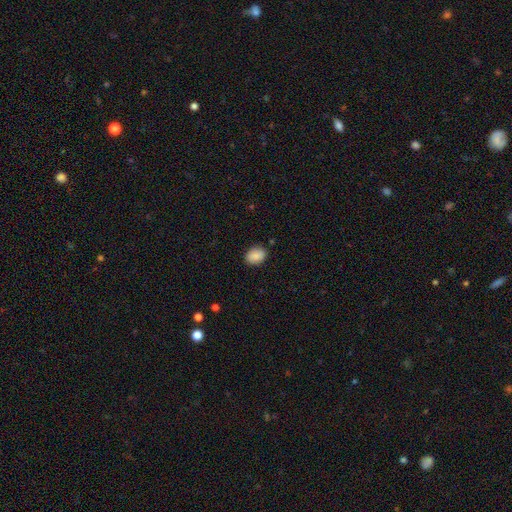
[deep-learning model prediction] Q: Smooth or featured?
A: smooth (88%); runner-up: star or artifact (8%)
Q: How rounded?
A: in between (66%); runner-up: round (33%)
Q: Merging?
A: none (87%); runner-up: minor disturbance (10%)